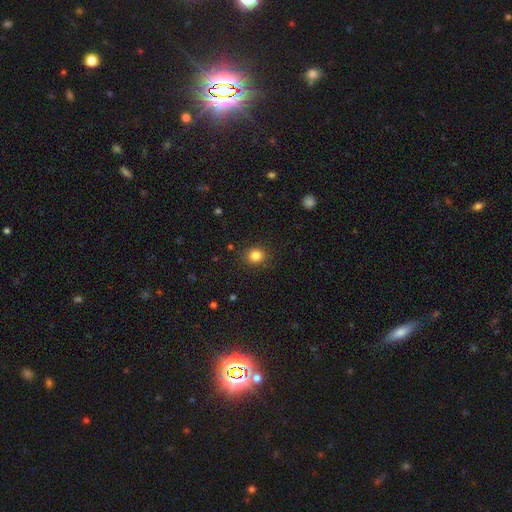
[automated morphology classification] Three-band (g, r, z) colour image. It shows a smooth galaxy with no disk features (84%) that is round (86%). Merging: none (89%).